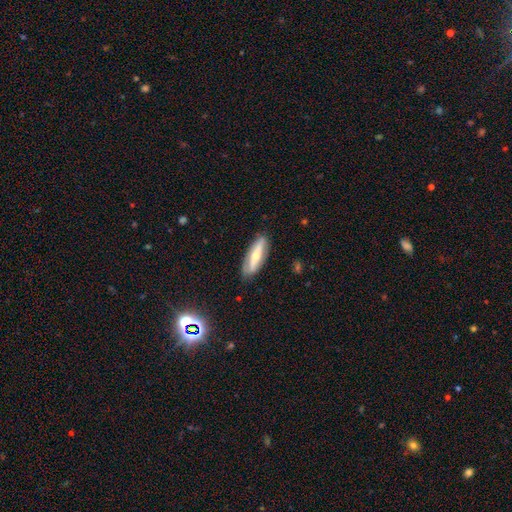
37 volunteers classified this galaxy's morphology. This is possibly a featured or disk galaxy (57%). It is likely viewed edge-on (62%). Edge-on bulge: clearly rounded (100%). Merging: clearly none (80%).